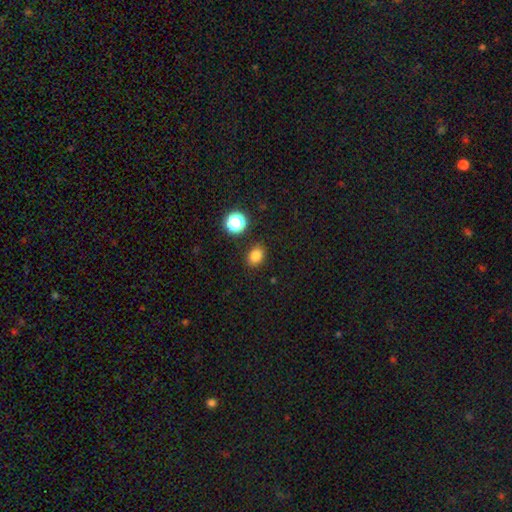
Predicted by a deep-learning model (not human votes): Smooth or featured?
  - smooth: 81% *
  - star or artifact: 14%
  - featured or disk: 5%
How rounded?
  - in between: 54% *
  - round: 45%
  - cigar-shaped: 1%
Merging?
  - none: 87% *
  - minor disturbance: 8%
  - major disturbance: 2%
  - merger: 2%